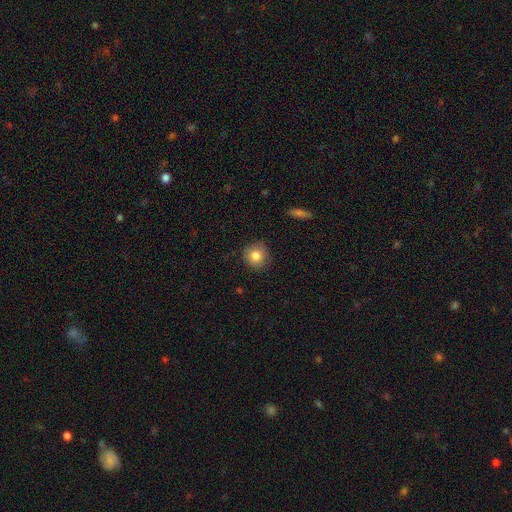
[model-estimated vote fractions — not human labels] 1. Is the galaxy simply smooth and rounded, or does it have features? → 83% smooth, 9% star or artifact, 8% featured or disk.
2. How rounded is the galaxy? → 89% round, 10% in between, 1% cigar-shaped.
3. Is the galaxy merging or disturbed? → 83% none, 13% minor disturbance, 3% major disturbance, 1% merger.